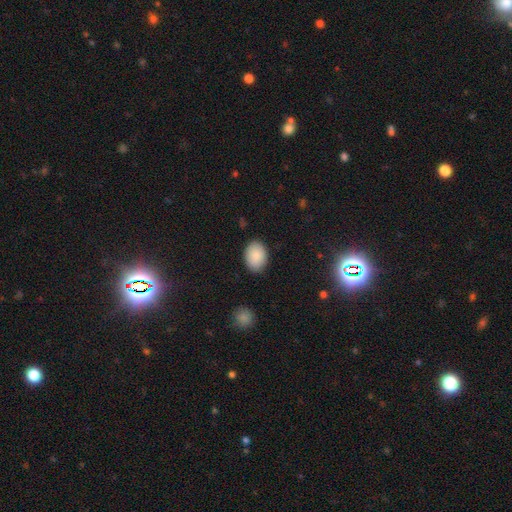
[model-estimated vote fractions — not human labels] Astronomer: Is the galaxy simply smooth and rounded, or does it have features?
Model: smooth — 88%.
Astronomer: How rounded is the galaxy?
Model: in between — 76%.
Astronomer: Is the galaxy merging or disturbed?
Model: none — 87%.